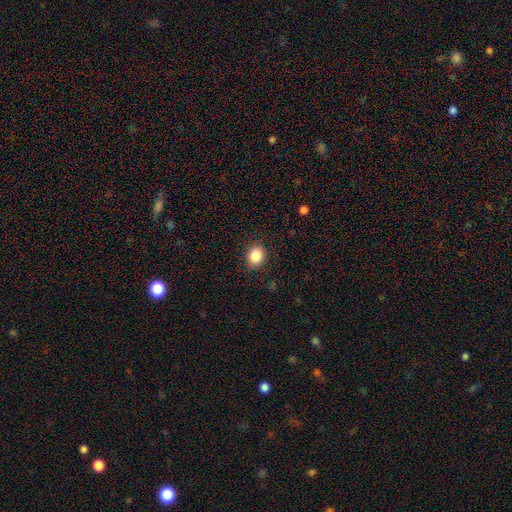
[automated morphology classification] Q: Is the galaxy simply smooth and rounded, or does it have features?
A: smooth — 86%.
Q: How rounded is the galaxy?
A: round — 59%.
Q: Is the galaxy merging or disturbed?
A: none — 88%.